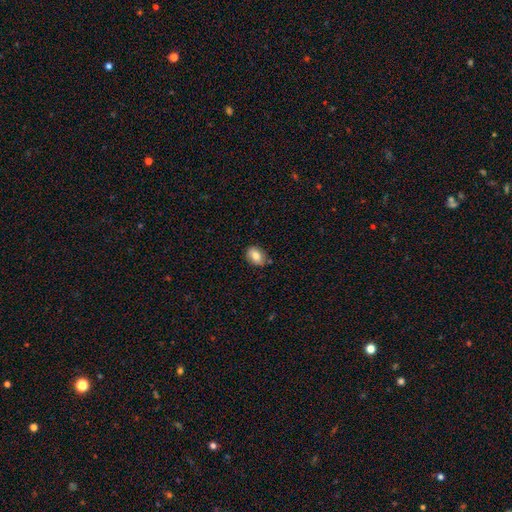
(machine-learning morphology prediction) smooth_or_featured: smooth (p=0.79) [alt: featured or disk p=0.13]
how_rounded: in between (p=0.74) [alt: round p=0.25]
merging: none (p=0.80) [alt: minor disturbance p=0.15]